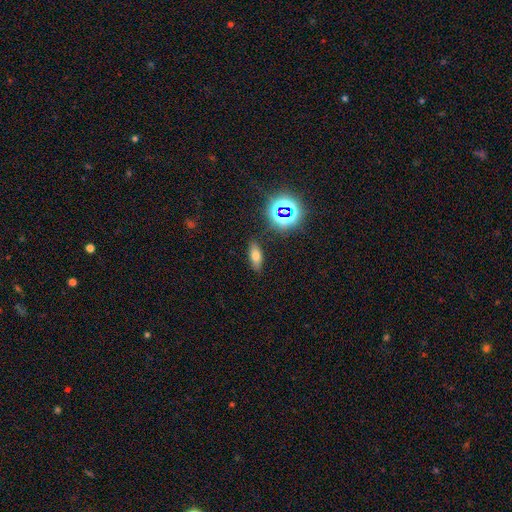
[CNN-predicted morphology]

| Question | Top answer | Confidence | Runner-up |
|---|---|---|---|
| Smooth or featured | smooth | 67% | star or artifact (19%) |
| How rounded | in between | 73% | cigar-shaped (21%) |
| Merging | none | 85% | minor disturbance (10%) |